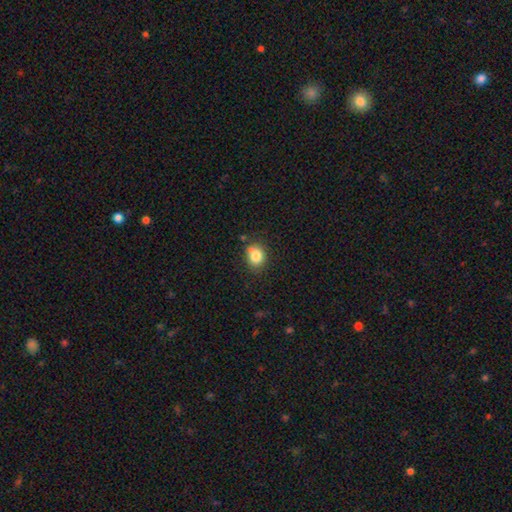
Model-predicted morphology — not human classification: A smooth galaxy with no disk features (83%) that is round (56%).

Vote fractions:
- Smooth or featured? smooth: 83% / star or artifact: 10% / featured or disk: 7%
- How rounded? round: 56% / in between: 43% / cigar-shaped: 1%
- Merging? none: 71% / minor disturbance: 19% / merger: 5% / major disturbance: 4%